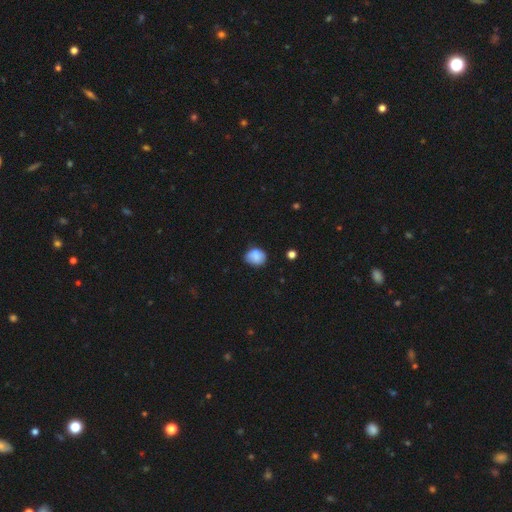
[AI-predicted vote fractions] Overall: smooth (82%). How rounded: round (60%; in between 39%). Merging: none (69%).